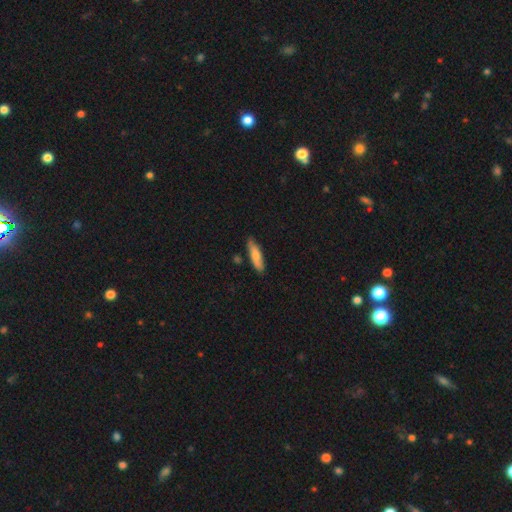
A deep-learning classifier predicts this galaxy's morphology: Q: Smooth or featured?
A: smooth (72%); runner-up: featured or disk (23%)
Q: How rounded?
A: cigar-shaped (65%); runner-up: in between (33%)
Q: Merging?
A: none (79%); runner-up: minor disturbance (16%)